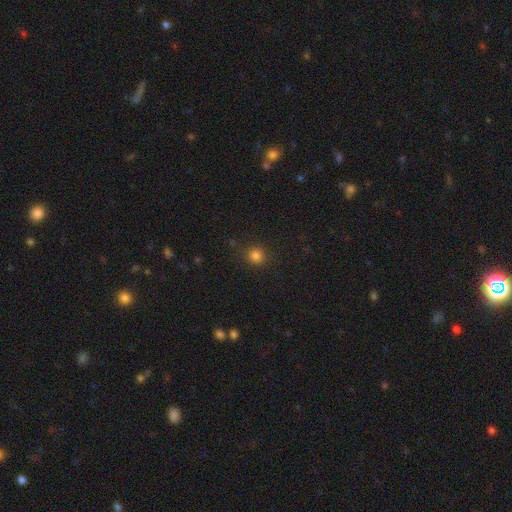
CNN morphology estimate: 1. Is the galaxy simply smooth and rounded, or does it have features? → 81% smooth, 14% star or artifact, 4% featured or disk.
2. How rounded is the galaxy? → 92% round, 7% in between, 1% cigar-shaped.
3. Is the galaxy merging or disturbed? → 88% none, 7% minor disturbance, 3% major disturbance, 1% merger.